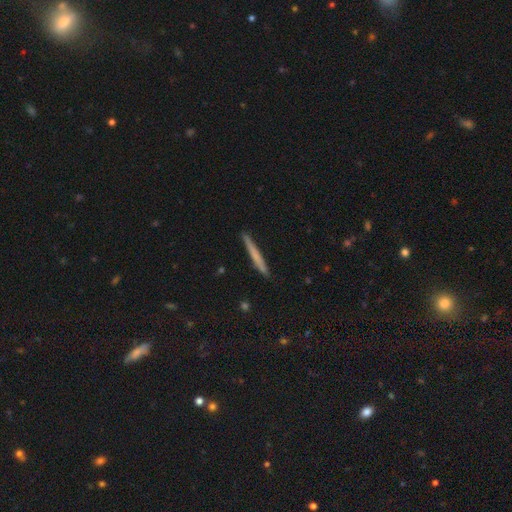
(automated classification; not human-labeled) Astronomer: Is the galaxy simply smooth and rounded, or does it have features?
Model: smooth — 59% (runner-up: featured or disk, 35%).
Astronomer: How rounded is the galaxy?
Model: cigar-shaped — 97%.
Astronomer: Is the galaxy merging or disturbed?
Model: none — 90%.